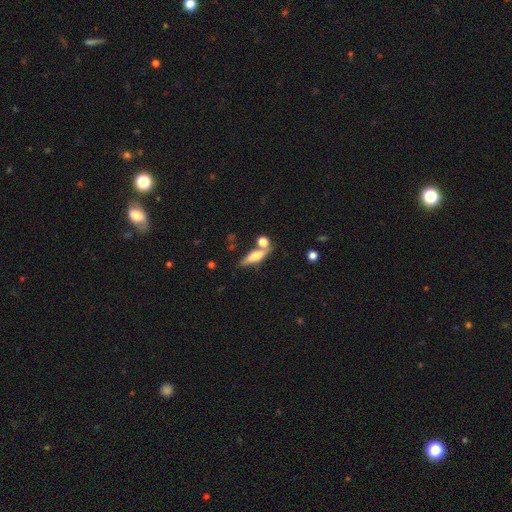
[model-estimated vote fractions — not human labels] smooth-or-featured: smooth: 55% | featured or disk: 36% | star or artifact: 9%
  how-rounded: cigar-shaped: 51% | in between: 44% | round: 6%
  merging: none: 58% | merger: 22% | minor disturbance: 15% | major disturbance: 5%